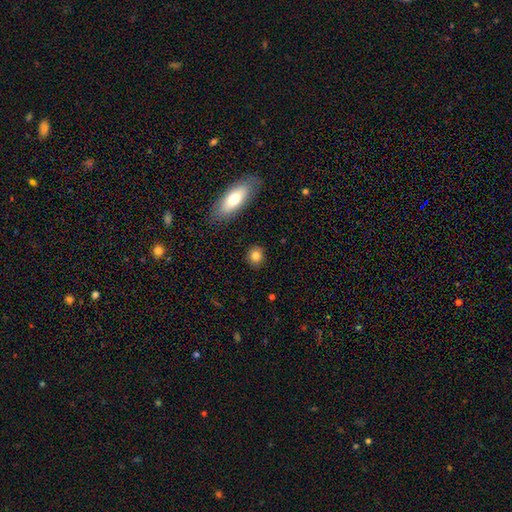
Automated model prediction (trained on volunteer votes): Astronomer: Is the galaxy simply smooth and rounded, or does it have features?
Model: smooth — 83%.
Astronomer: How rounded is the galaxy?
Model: round — 74%.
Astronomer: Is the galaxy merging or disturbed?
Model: none — 88%.